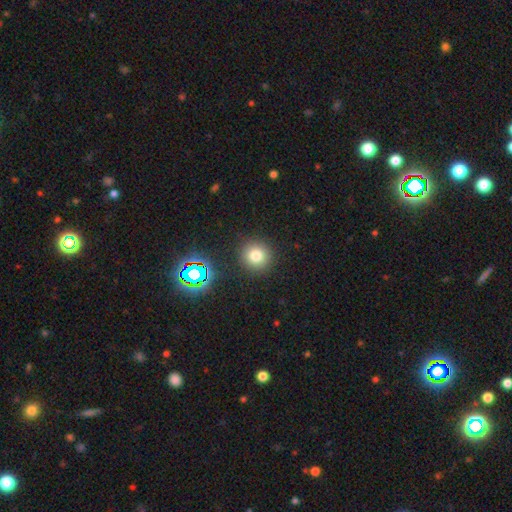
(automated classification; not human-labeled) Smooth or featured?
  - smooth: 75% *
  - star or artifact: 17%
  - featured or disk: 8%
How rounded?
  - round: 93% *
  - in between: 6%
  - cigar-shaped: 1%
Merging?
  - none: 90% *
  - minor disturbance: 6%
  - major disturbance: 2%
  - merger: 2%